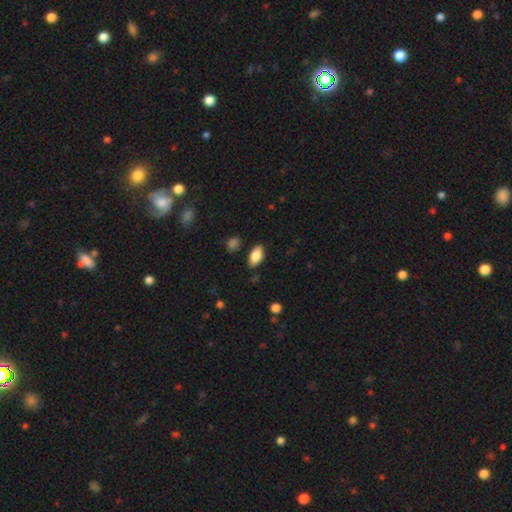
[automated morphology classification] Smooth or featured? smooth (82%)
How rounded? in between (91%)
Merging? none (84%)